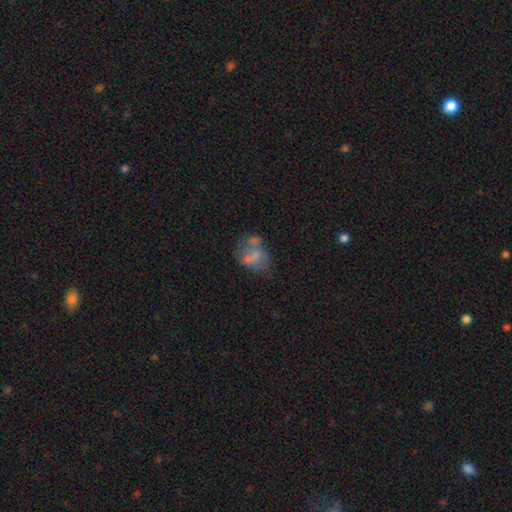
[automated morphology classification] smooth_or_featured: smooth (p=0.46) [alt: featured or disk p=0.40]
merging: merger (p=0.33) [alt: none p=0.28]